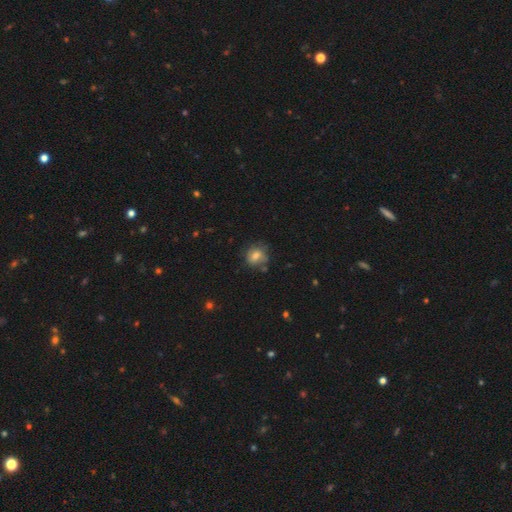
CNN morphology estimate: Smooth or featured?
  - smooth: 70% *
  - featured or disk: 20%
  - star or artifact: 11%
How rounded?
  - round: 70% *
  - in between: 29%
  - cigar-shaped: 1%
Merging?
  - none: 64% *
  - minor disturbance: 24%
  - major disturbance: 7%
  - merger: 5%